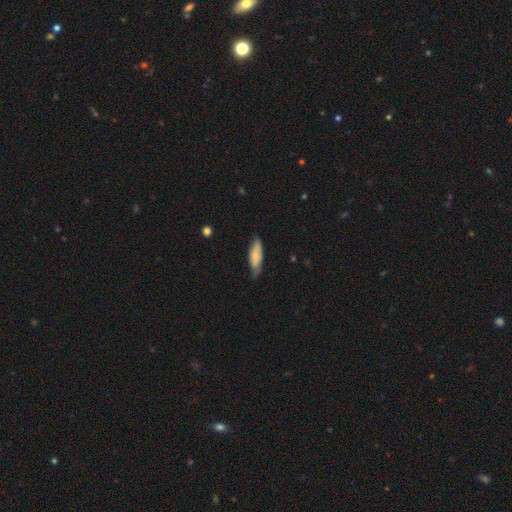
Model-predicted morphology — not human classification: smooth 75%, featured or disk 18%, star or artifact 6%. Down the decision tree: how rounded — in between (56%); merging — none (62%).